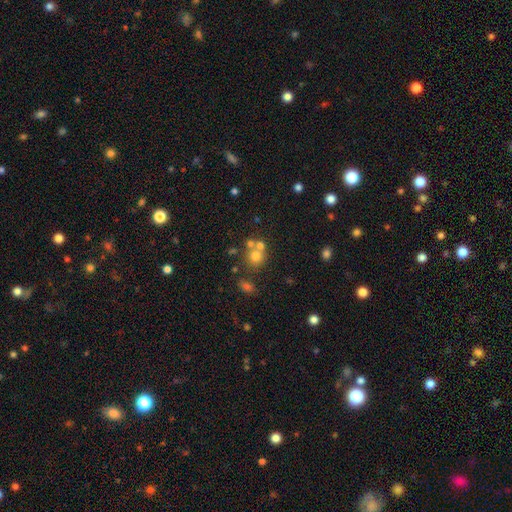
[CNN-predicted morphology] smooth_or_featured: smooth (p=0.66) [alt: featured or disk p=0.17]
how_rounded: round (p=0.84) [alt: in between p=0.15]
merging: none (p=0.47) [alt: merger p=0.40]